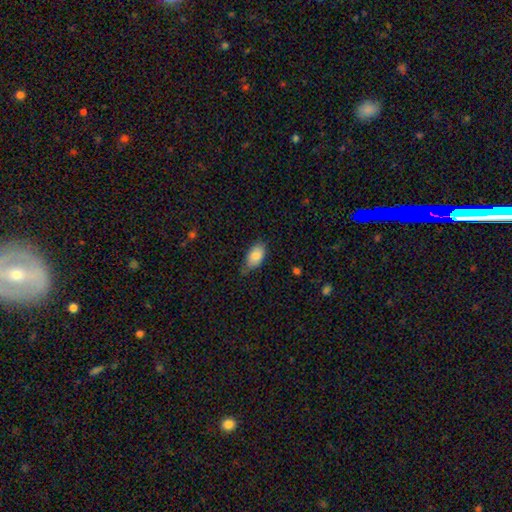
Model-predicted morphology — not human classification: type=smooth (83%); roundness=in between (92%); merging=none (66%).